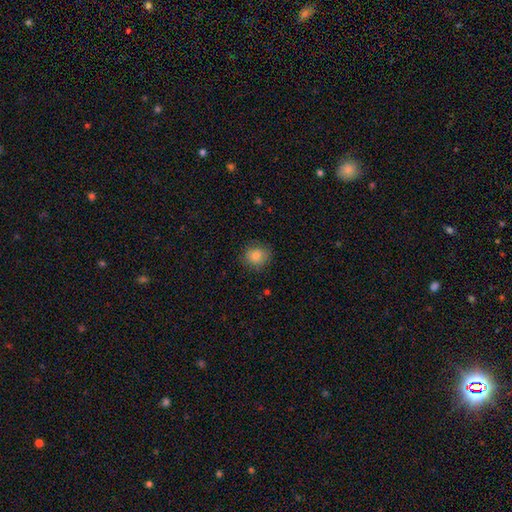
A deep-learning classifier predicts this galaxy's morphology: Smooth or featured?
  - smooth: 82% *
  - star or artifact: 10%
  - featured or disk: 8%
How rounded?
  - round: 77% *
  - in between: 22%
  - cigar-shaped: 1%
Merging?
  - none: 81% *
  - minor disturbance: 15%
  - major disturbance: 4%
  - merger: 1%